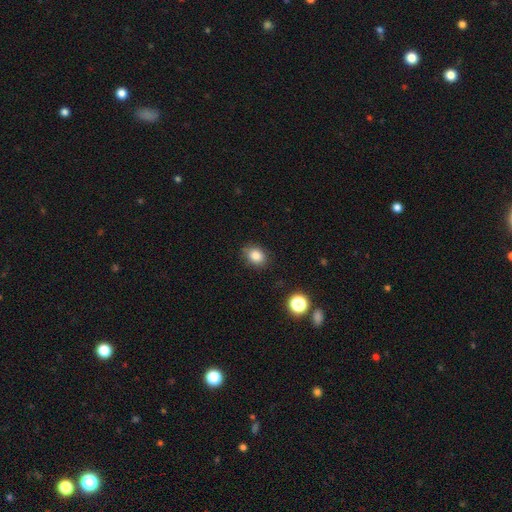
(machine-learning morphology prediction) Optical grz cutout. It shows a smooth galaxy with no disk features (83%) that is in between round and cigar-shaped (54%). Merging: none (82%).